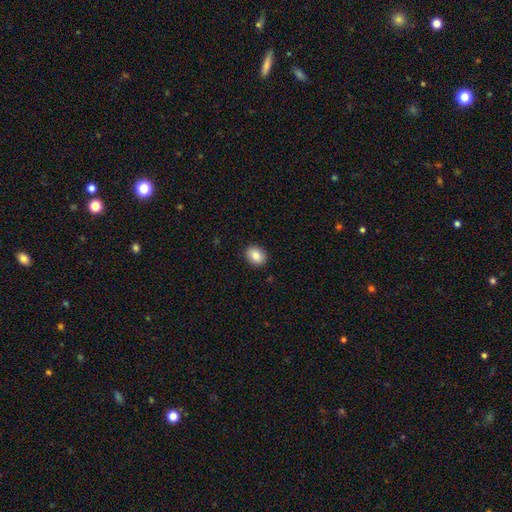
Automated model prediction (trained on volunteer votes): Smooth or featured: smooth — 84% (star or artifact — 8%)
How rounded: round — 51% (in between — 49%)
Merging: none — 90% (minor disturbance — 7%)